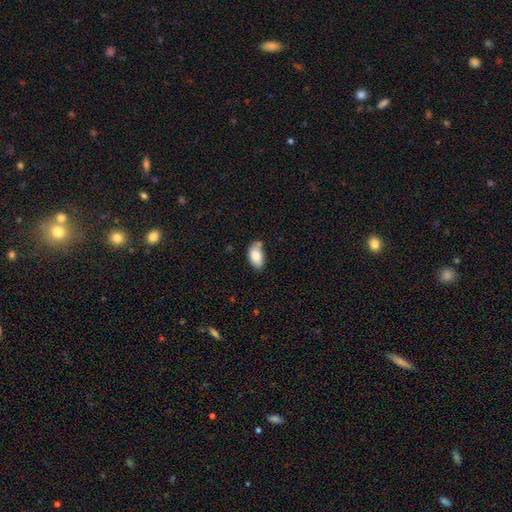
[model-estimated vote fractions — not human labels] Smooth or featured?
  - smooth: 82% *
  - featured or disk: 11%
  - star or artifact: 7%
How rounded?
  - in between: 93% *
  - round: 5%
  - cigar-shaped: 2%
Merging?
  - none: 60% *
  - minor disturbance: 25%
  - merger: 9%
  - major disturbance: 5%